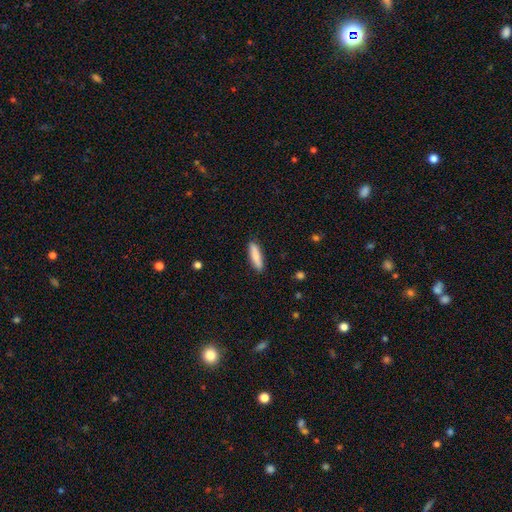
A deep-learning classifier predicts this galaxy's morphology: Smooth or featured? smooth (82%)
How rounded? cigar-shaped (74%)
Merging? none (89%)